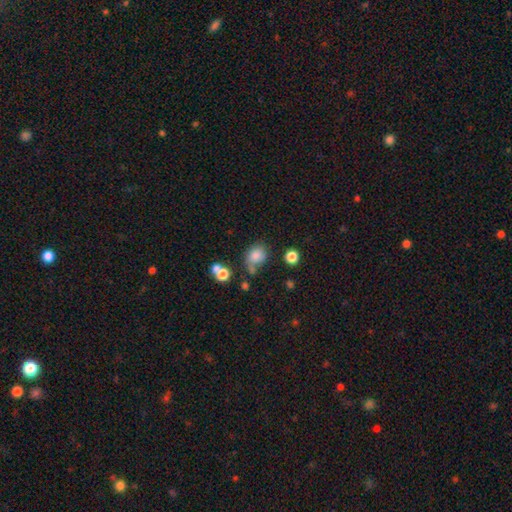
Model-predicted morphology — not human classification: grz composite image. It shows a smooth galaxy with no disk features (79%) that is round (54%). Merging: none (51%).